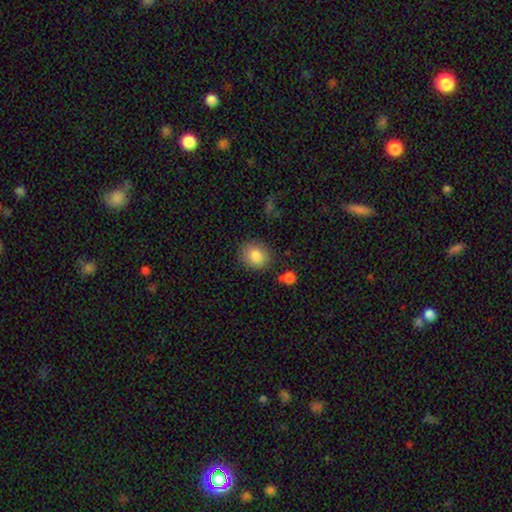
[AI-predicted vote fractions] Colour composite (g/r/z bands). It shows a smooth galaxy with no disk features (86%) that is round (66%). Merging: none (79%).